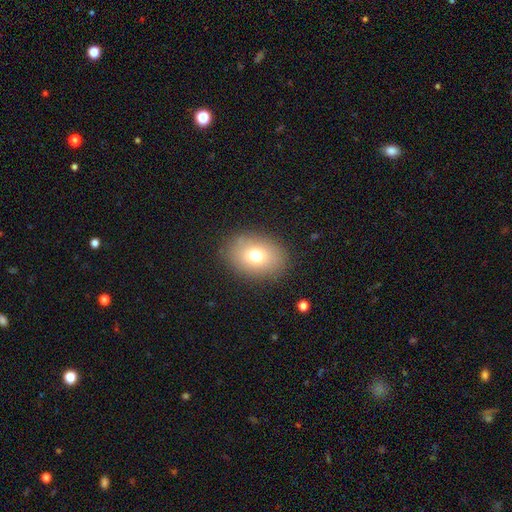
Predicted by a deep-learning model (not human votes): smooth-or-featured: smooth: 73% | featured or disk: 16% | star or artifact: 11%
  how-rounded: in between: 70% | round: 29% | cigar-shaped: 1%
  merging: none: 86% | minor disturbance: 9% | major disturbance: 4% | merger: 1%